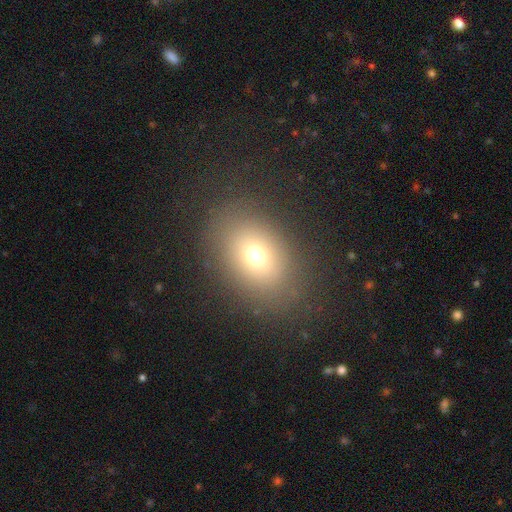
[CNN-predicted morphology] Smooth or featured? smooth (70%)
How rounded? in between (66%)
Merging? none (81%)